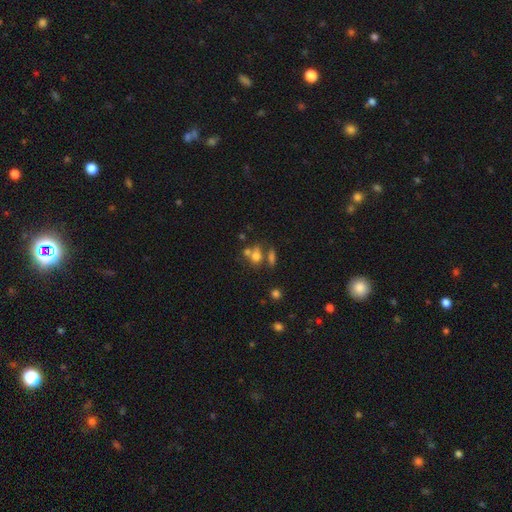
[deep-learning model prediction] The model was most divided on "merging": none: 44%, merger: 38%, minor disturbance: 12%, major disturbance: 7%. More confident: smooth or featured — smooth (67%); how rounded — round (52%).